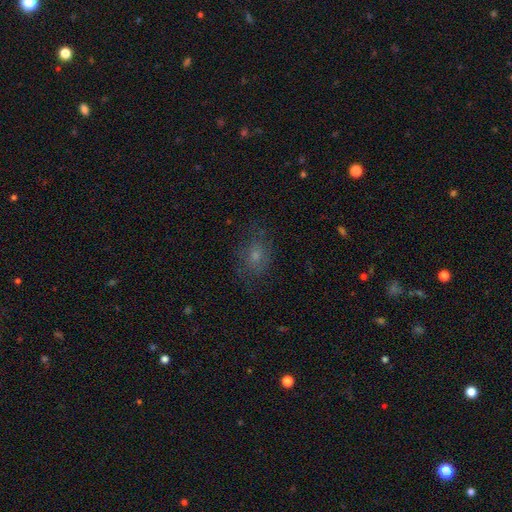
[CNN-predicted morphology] A smooth galaxy with no disk features (57%) that is in between round and cigar-shaped (54%). Merging: none (70%).